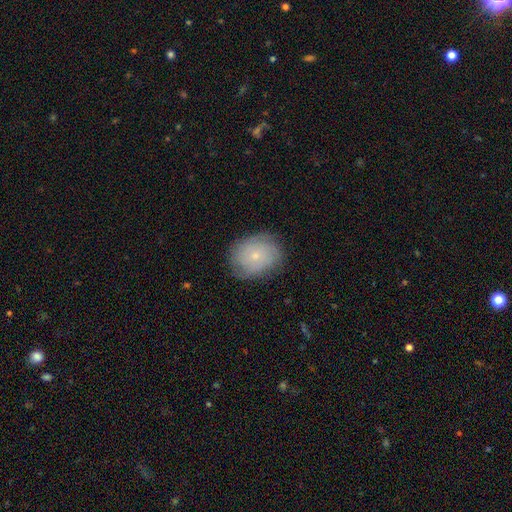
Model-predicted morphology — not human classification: smooth 47%, featured or disk 45%, star or artifact 9%. Down the decision tree: merging — none (77%).